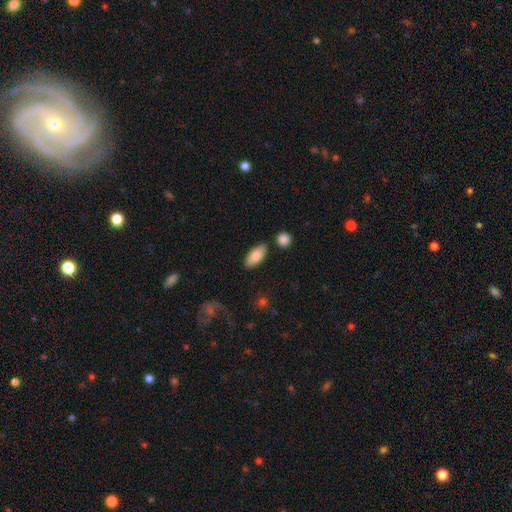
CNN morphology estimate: Smooth or featured: smooth — 83% (featured or disk — 11%)
How rounded: in between — 86% (cigar-shaped — 11%)
Merging: none — 84% (minor disturbance — 10%)